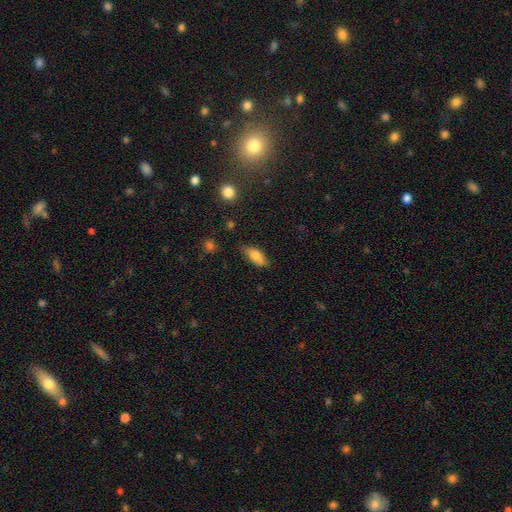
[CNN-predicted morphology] Smooth or featured? smooth (77%)
How rounded? in between (77%)
Merging? none (75%)